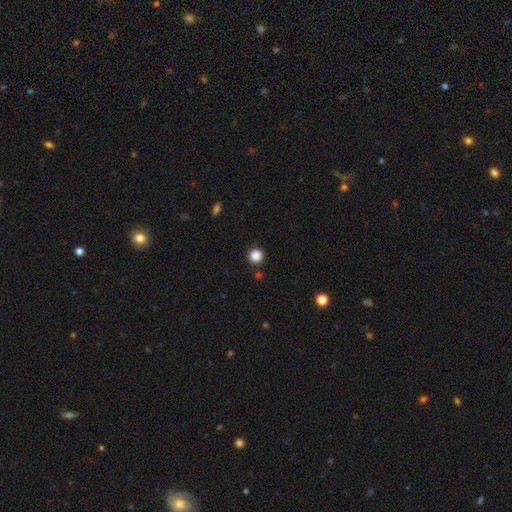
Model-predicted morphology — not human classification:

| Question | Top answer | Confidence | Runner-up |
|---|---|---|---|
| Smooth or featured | smooth | 86% | star or artifact (11%) |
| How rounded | round | 96% | in between (3%) |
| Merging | none | 91% | minor disturbance (5%) |